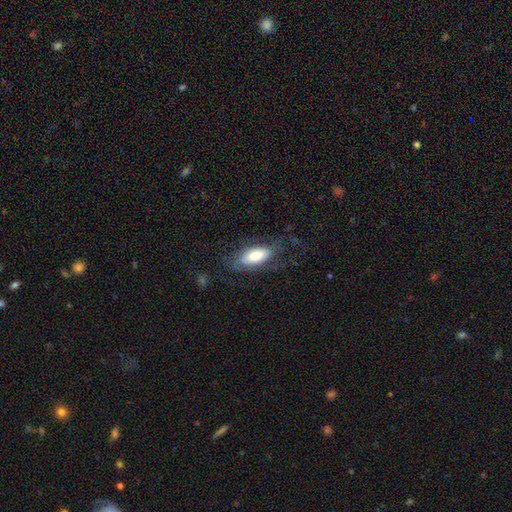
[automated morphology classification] This appears to be a smooth galaxy with no disk features (63%) that is in between round and cigar-shaped (80%). Merging: none (65%).